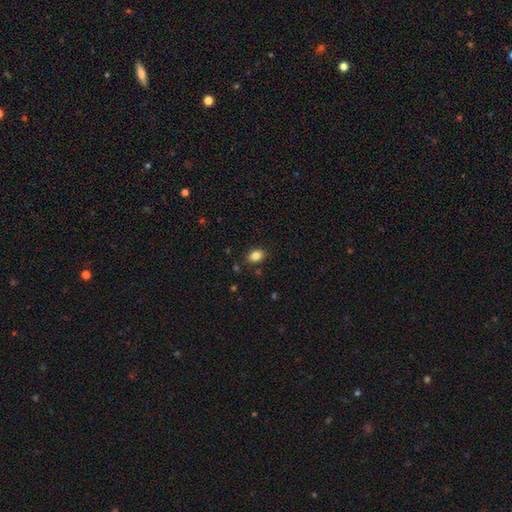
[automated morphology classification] Smooth or featured: smooth — 84% (star or artifact — 9%)
How rounded: in between — 81% (round — 18%)
Merging: none — 87% (minor disturbance — 9%)